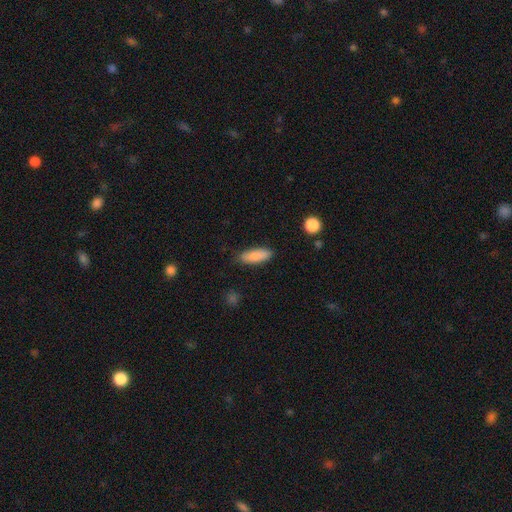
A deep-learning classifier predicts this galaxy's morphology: type=smooth (87%); roundness=in between (63%); merging=none (83%).